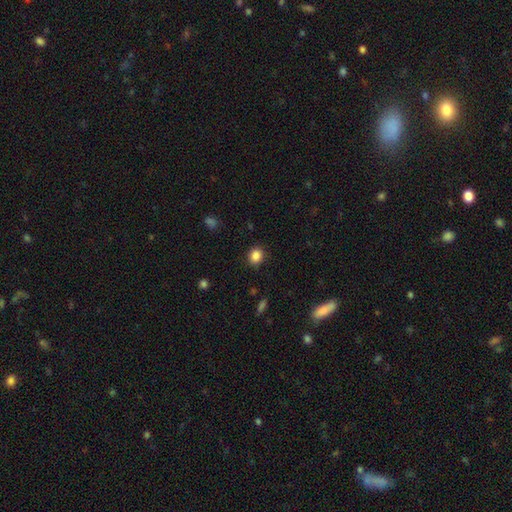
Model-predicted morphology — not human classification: A smooth galaxy with no disk features (86%) that is round (65%).

Vote fractions:
- Smooth or featured? smooth: 86% / star or artifact: 10% / featured or disk: 4%
- How rounded? round: 65% / in between: 34% / cigar-shaped: 1%
- Merging? none: 87% / minor disturbance: 9% / major disturbance: 2% / merger: 1%